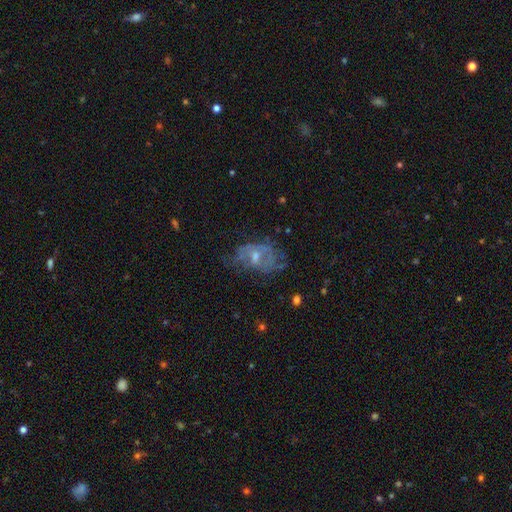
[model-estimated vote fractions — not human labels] This is likely a featured or disk galaxy (63%). It is clearly not viewed edge-on (95%). Bar: likely no (64%). Spiral arm pattern: possibly yes (54%). Central bulge: possibly moderate (48%). Merging: possibly none (50%).